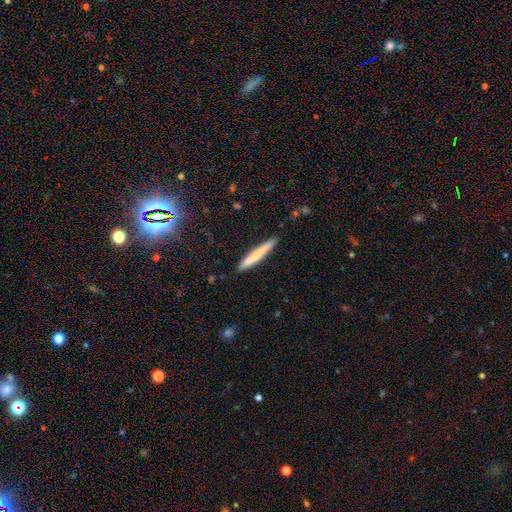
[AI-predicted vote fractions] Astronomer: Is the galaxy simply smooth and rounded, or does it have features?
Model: smooth — 69%.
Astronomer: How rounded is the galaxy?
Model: cigar-shaped — 95%.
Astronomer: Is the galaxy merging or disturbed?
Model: none — 89%.